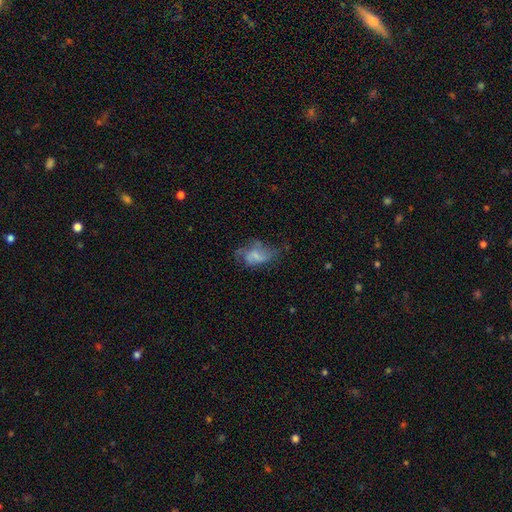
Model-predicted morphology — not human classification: smooth-or-featured: featured or disk: 48% | smooth: 42% | star or artifact: 10%
  merging: none: 37% | major disturbance: 30% | minor disturbance: 29% | merger: 4%